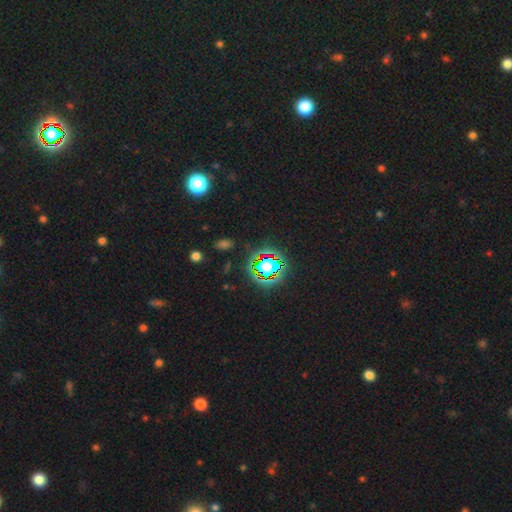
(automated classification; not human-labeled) A star or artifact, not a galaxy (79%).